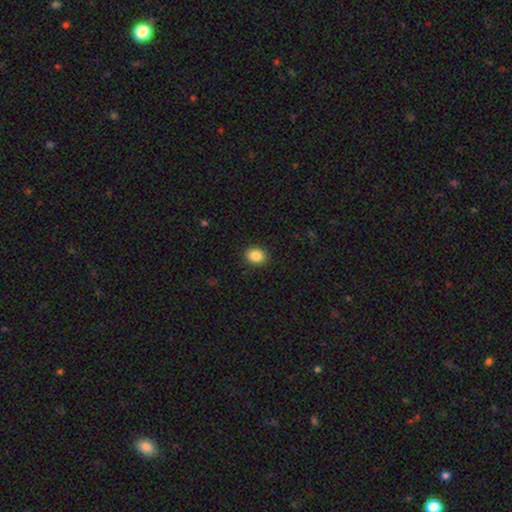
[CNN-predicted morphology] smooth 87%, star or artifact 9%, featured or disk 4%. Down the decision tree: how rounded — in between (50%); merging — none (90%).